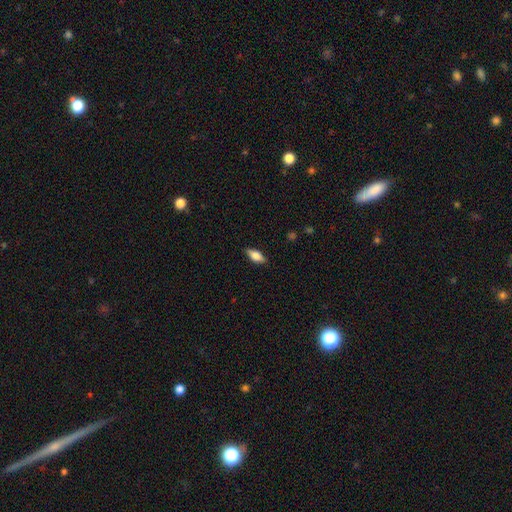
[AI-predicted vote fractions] Q: Smooth or featured?
A: smooth (71%); runner-up: featured or disk (22%)
Q: How rounded?
A: in between (82%); runner-up: cigar-shaped (15%)
Q: Merging?
A: none (86%); runner-up: minor disturbance (11%)